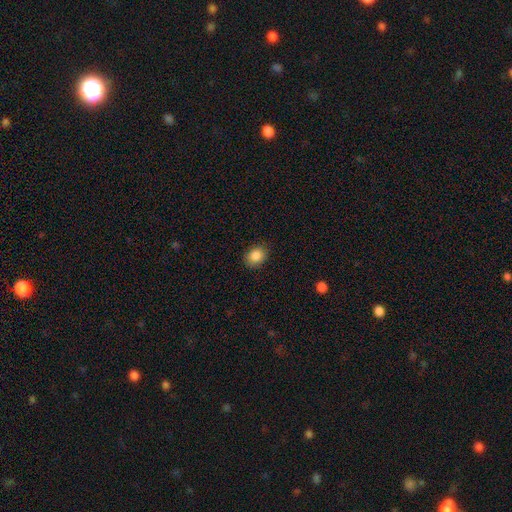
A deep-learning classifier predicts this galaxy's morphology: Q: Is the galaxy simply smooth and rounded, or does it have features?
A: smooth — 86%.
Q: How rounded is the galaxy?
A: in between — 53%.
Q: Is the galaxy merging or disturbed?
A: none — 86%.